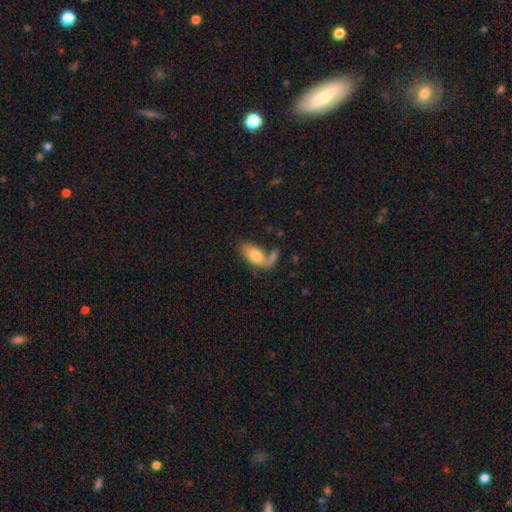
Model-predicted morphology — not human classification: This appears to be a smooth galaxy with no disk features (71%) that is in between round and cigar-shaped (89%). Merging: none (44%).